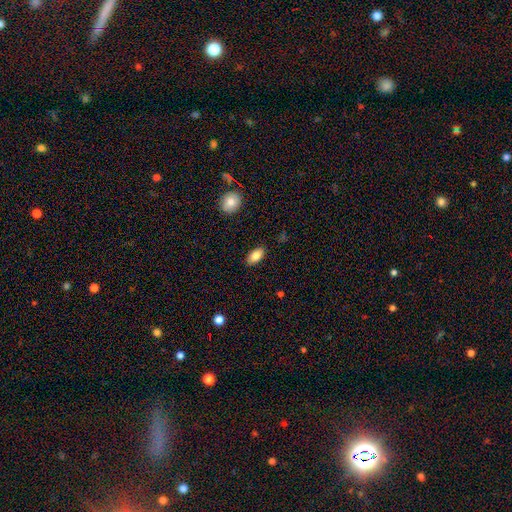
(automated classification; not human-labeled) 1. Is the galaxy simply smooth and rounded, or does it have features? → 83% smooth, 10% featured or disk, 7% star or artifact.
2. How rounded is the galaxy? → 91% in between, 5% cigar-shaped, 3% round.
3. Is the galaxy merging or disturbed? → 88% none, 9% minor disturbance, 2% major disturbance, 1% merger.